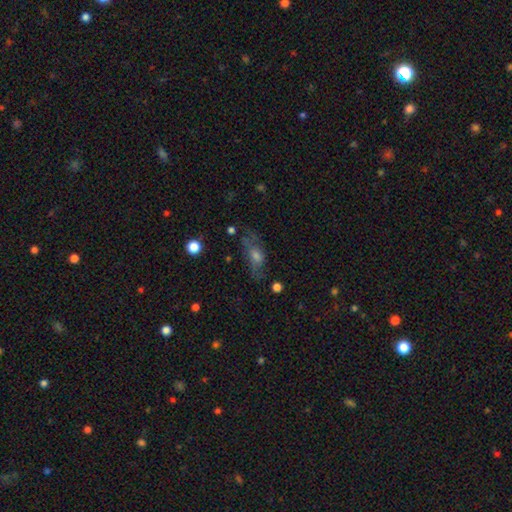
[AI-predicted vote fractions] smooth_or_featured: featured or disk (p=0.42) [alt: smooth p=0.39]
merging: none (p=0.57) [alt: minor disturbance p=0.21]